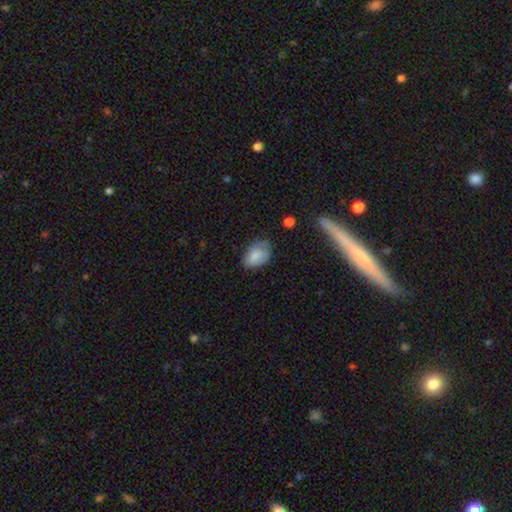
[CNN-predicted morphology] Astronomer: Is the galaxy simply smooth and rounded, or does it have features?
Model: smooth — 79%.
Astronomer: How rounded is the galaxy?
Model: in between — 86%.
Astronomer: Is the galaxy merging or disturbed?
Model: none — 57% (runner-up: minor disturbance, 32%).